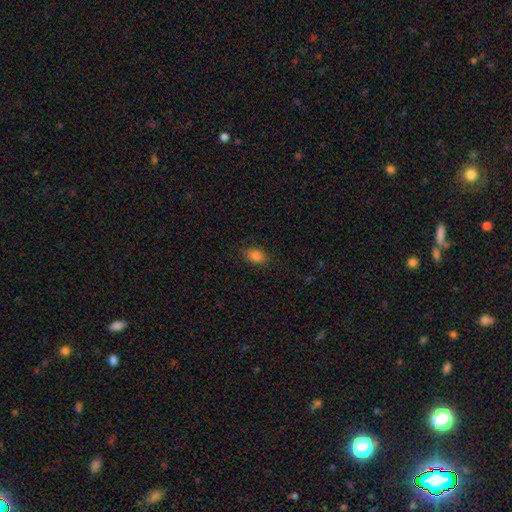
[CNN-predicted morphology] Smooth or featured? Predicted: smooth (p=0.85). How rounded? Predicted: in between (p=0.81). Merging? Predicted: none (p=0.85).